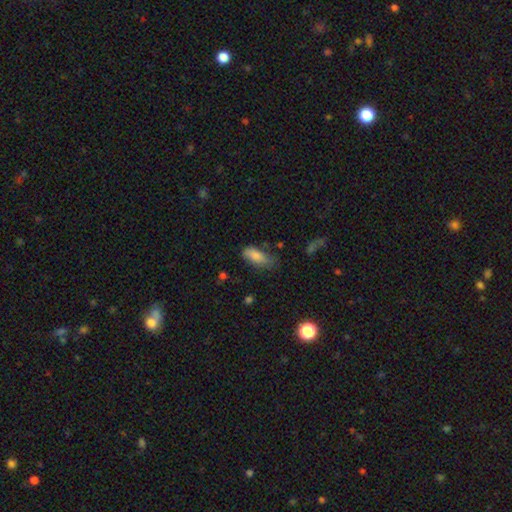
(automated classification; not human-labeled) A smooth galaxy with no disk features (82%) that is in between round and cigar-shaped (83%).

Vote fractions:
- Smooth or featured? smooth: 82% / featured or disk: 10% / star or artifact: 8%
- How rounded? in between: 83% / cigar-shaped: 15% / round: 3%
- Merging? none: 55% / minor disturbance: 33% / major disturbance: 9% / merger: 3%